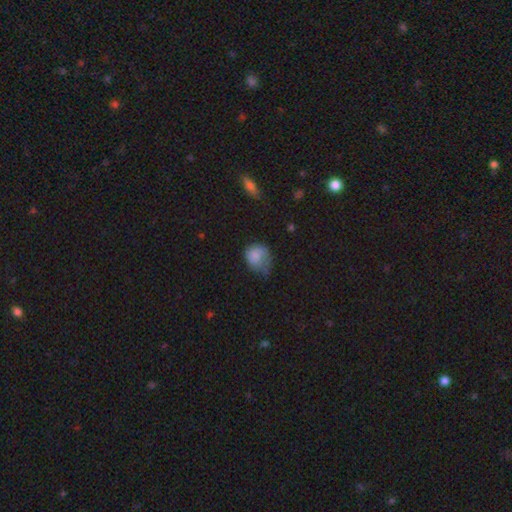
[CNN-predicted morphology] smooth 77%, featured or disk 15%, star or artifact 9%. Down the decision tree: how rounded — round (60%); merging — minor disturbance (41%).